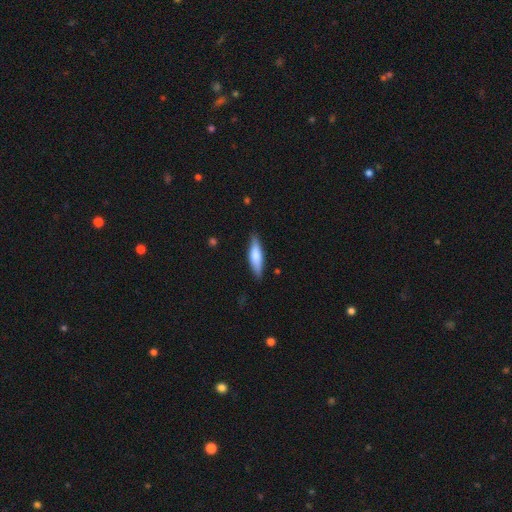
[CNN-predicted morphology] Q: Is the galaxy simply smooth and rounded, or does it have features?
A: smooth — 68%.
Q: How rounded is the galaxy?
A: cigar-shaped — 64%.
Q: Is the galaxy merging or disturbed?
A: none — 85%.